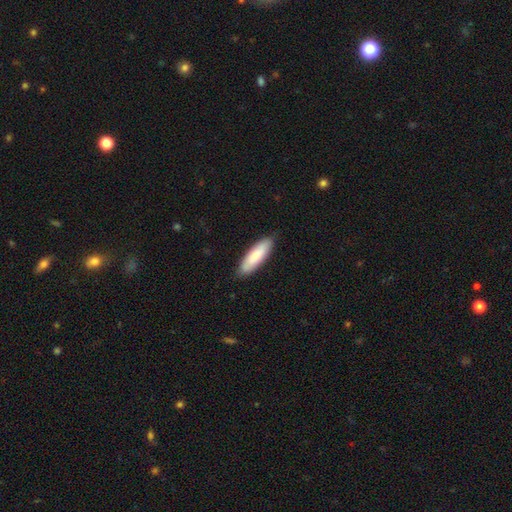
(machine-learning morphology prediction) Overall: smooth (82%). How rounded: cigar-shaped (55%; in between 43%). Merging: none (87%).